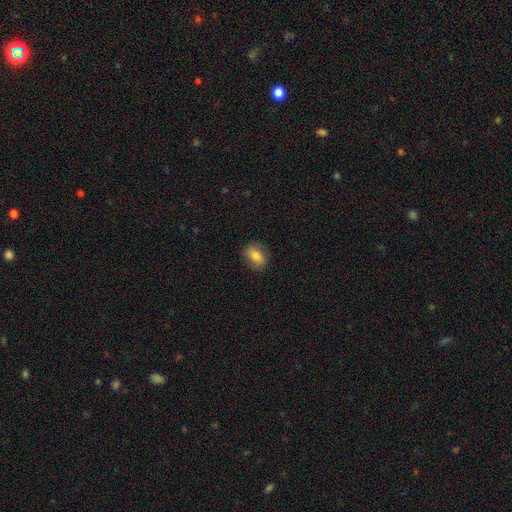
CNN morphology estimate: smooth 78%, featured or disk 13%, star or artifact 9%. Down the decision tree: how rounded — in between (78%); merging — none (84%).